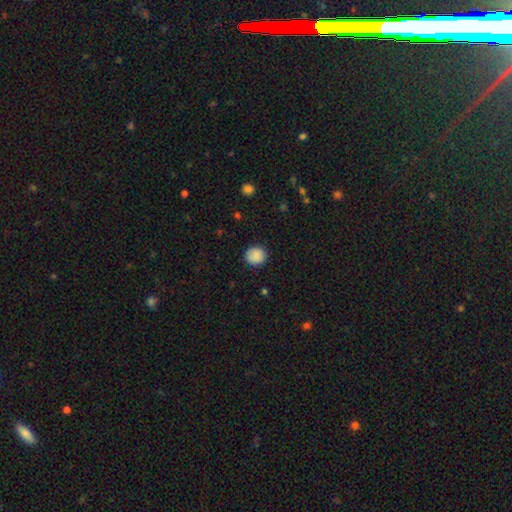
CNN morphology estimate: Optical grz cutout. It shows a smooth galaxy with no disk features (89%) that is round (86%). Merging: none (89%).